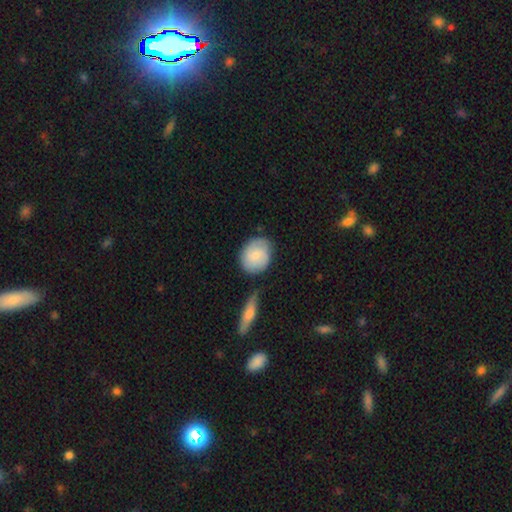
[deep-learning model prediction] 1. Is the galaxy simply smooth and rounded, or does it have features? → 68% smooth, 26% featured or disk, 6% star or artifact.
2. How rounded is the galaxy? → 64% round, 35% in between, 1% cigar-shaped.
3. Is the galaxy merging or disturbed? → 71% none, 17% minor disturbance, 7% merger, 4% major disturbance.